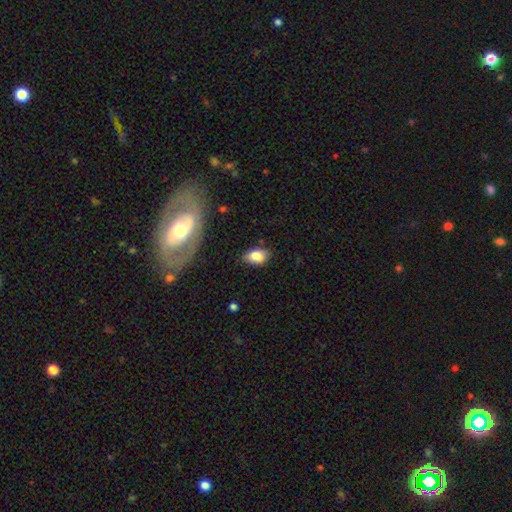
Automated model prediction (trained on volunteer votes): Smooth or featured? smooth (82%)
How rounded? in between (89%)
Merging? none (75%)